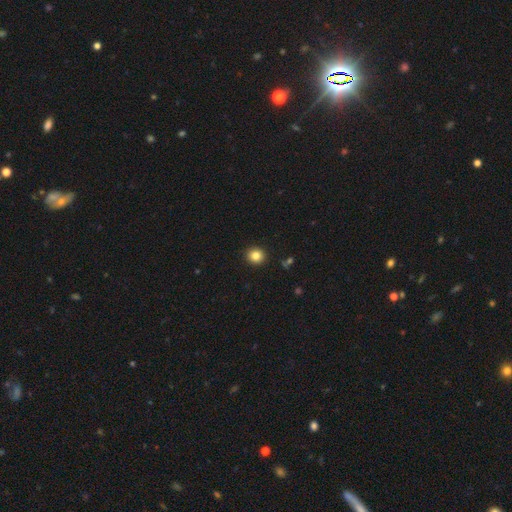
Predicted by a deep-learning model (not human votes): Q: Smooth or featured?
A: smooth (84%); runner-up: star or artifact (11%)
Q: How rounded?
A: round (88%); runner-up: in between (11%)
Q: Merging?
A: none (92%); runner-up: minor disturbance (5%)